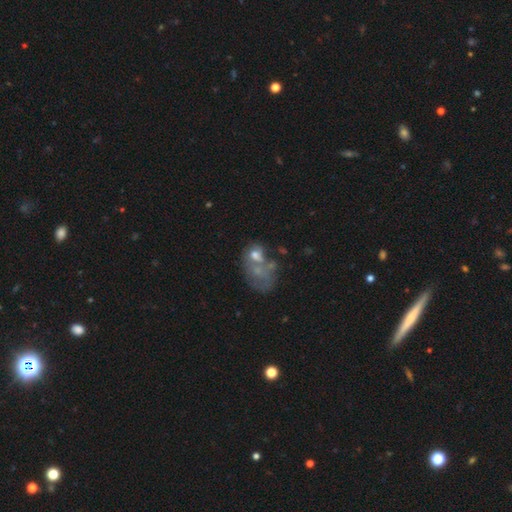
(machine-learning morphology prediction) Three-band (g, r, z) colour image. It shows a featured or disk galaxy (44%). Merging: merger (41%).